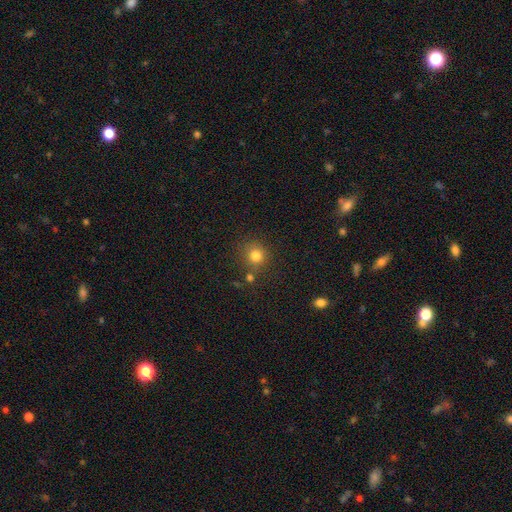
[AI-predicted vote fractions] The model was most divided on "merging": none: 76%, minor disturbance: 11%, merger: 9%, major disturbance: 4%. More confident: how rounded — round (89%); smooth or featured — smooth (80%).